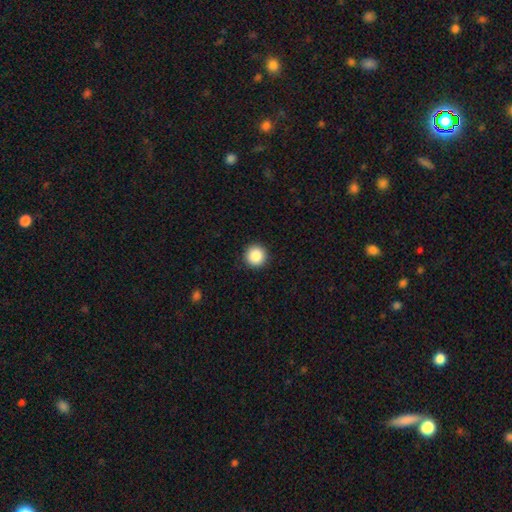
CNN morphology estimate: Smooth or featured? Predicted: smooth (p=0.87). How rounded? Predicted: round (p=0.96). Merging? Predicted: none (p=0.93).